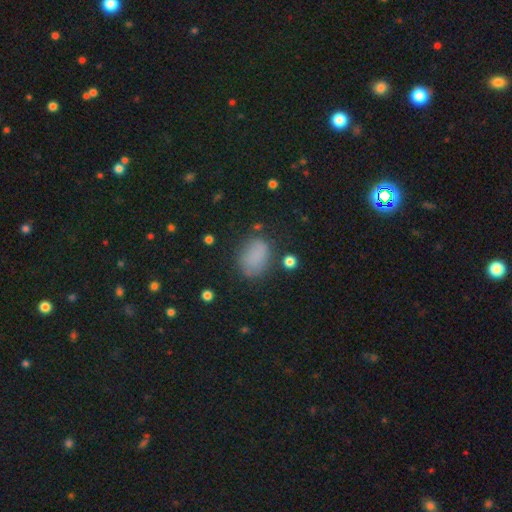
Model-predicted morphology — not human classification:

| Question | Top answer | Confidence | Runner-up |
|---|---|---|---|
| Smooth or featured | smooth | 79% | star or artifact (12%) |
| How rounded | in between | 76% | round (23%) |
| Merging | none | 66% | minor disturbance (21%) |